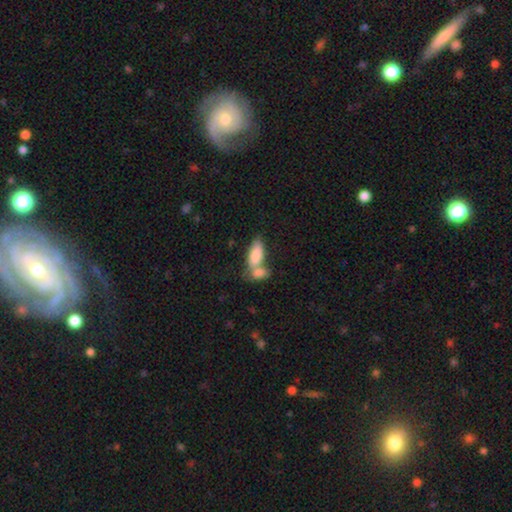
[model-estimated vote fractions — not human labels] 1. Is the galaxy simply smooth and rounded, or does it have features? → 82% smooth, 11% featured or disk, 6% star or artifact.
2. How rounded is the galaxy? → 84% in between, 14% cigar-shaped, 3% round.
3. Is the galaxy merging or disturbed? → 58% merger, 28% none, 9% minor disturbance, 4% major disturbance.